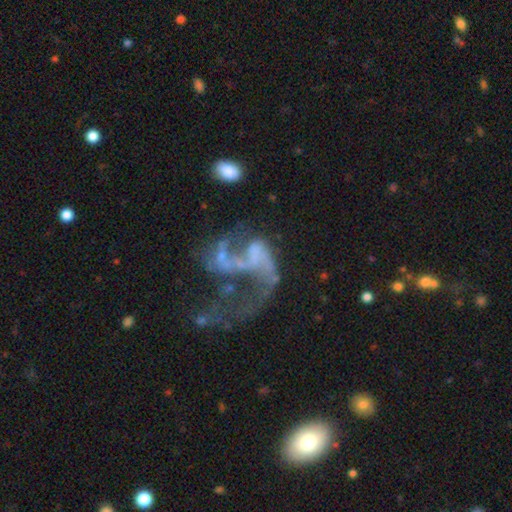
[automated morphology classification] This is likely a featured or disk galaxy (75%). It is clearly not viewed edge-on (98%). Bar: likely no (63%). Spiral arm pattern: likely yes (62%). Central bulge: likely none (62%). Merging: possibly major disturbance (47%).